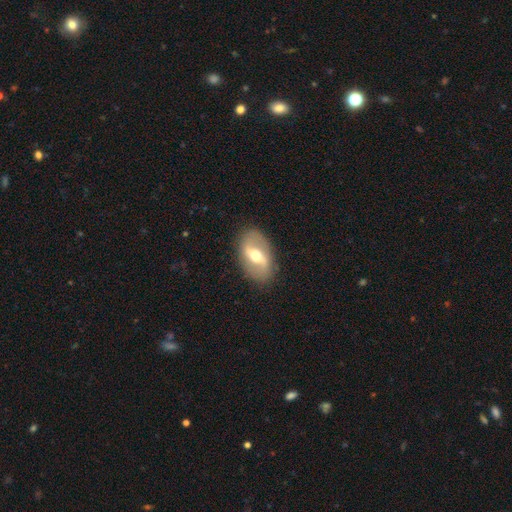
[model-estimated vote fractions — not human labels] Smooth or featured? featured or disk (67%)
Edge-on disk? no (92%)
Bar? strong (43%)
Spiral arms? yes (58%)
Bulge size? moderate (73%)
Merging? none (86%)